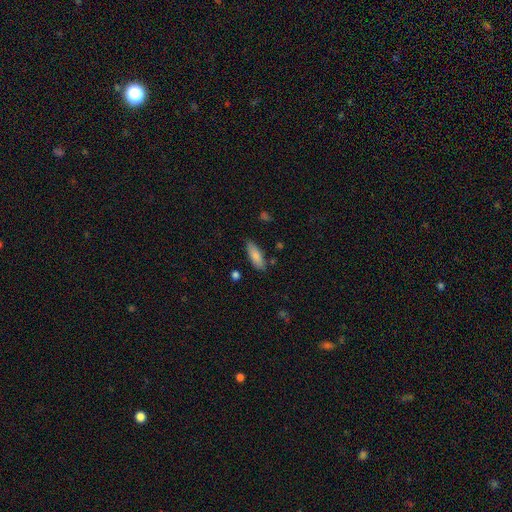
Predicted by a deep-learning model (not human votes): Smooth or featured: smooth — 83% (featured or disk — 11%)
How rounded: in between — 61% (cigar-shaped — 37%)
Merging: none — 82% (minor disturbance — 13%)